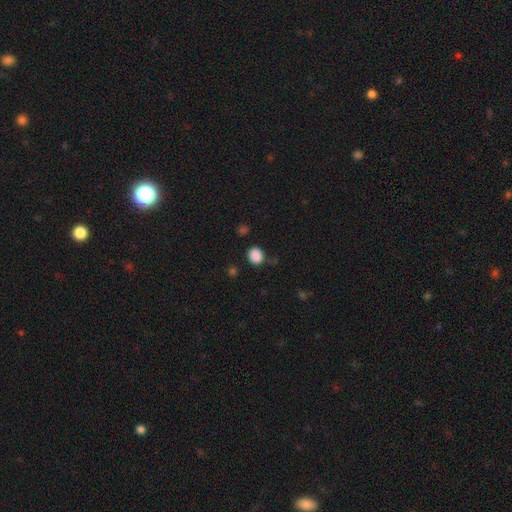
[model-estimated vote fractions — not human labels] Overall: smooth (87%). How rounded: round (68%; in between 32%). Merging: none (79%).